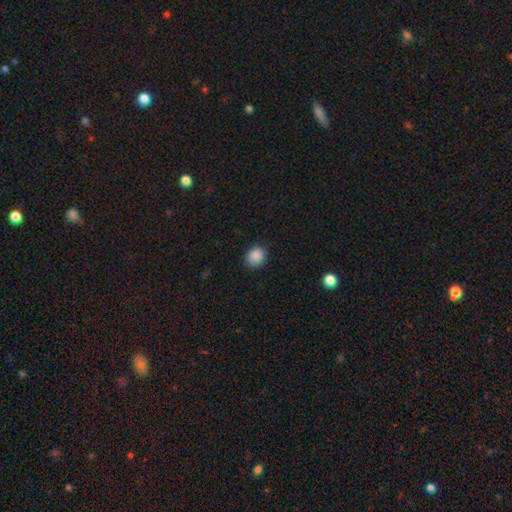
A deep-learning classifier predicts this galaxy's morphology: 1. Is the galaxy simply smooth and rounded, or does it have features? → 88% smooth, 9% star or artifact, 3% featured or disk.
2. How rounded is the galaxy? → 72% round, 27% in between, 1% cigar-shaped.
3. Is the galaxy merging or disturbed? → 86% none, 11% minor disturbance, 2% major disturbance, 1% merger.